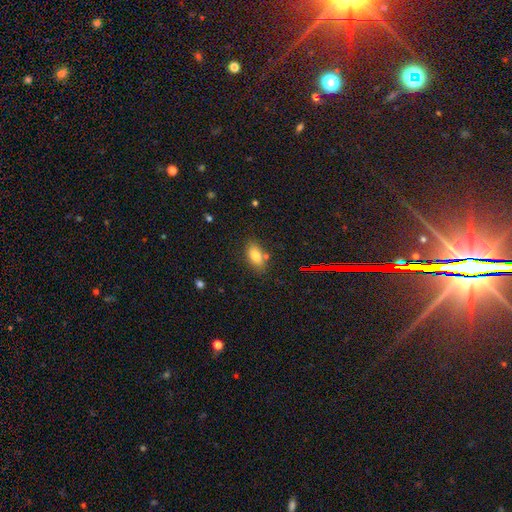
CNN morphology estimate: Overall: smooth (77%). How rounded: in between (86%). Merging: none (77%).